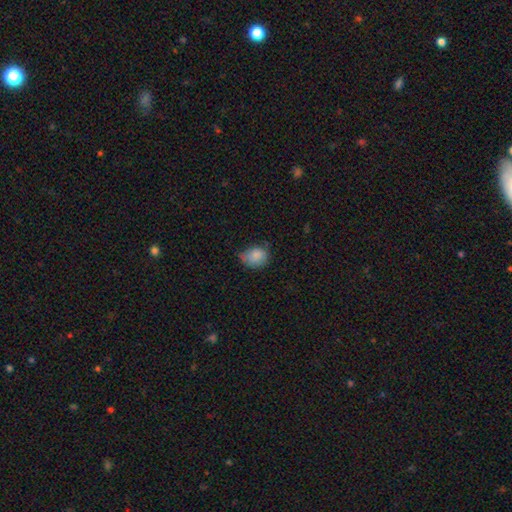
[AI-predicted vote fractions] A smooth galaxy with no disk features (84%) that is in between round and cigar-shaped (59%).

Vote fractions:
- Smooth or featured? smooth: 84% / star or artifact: 9% / featured or disk: 8%
- How rounded? in between: 59% / round: 40% / cigar-shaped: 1%
- Merging? none: 48% / minor disturbance: 41% / major disturbance: 9% / merger: 2%